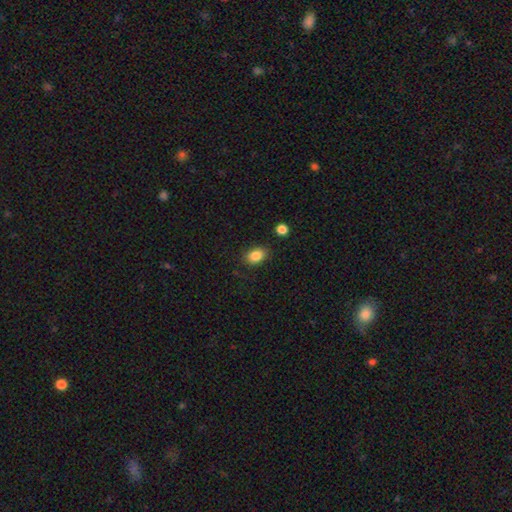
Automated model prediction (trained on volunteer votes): A smooth galaxy with no disk features (85%) that is in between round and cigar-shaped (76%).

Vote fractions:
- Smooth or featured? smooth: 85% / star or artifact: 9% / featured or disk: 6%
- How rounded? in between: 76% / round: 23% / cigar-shaped: 1%
- Merging? none: 84% / minor disturbance: 11% / major disturbance: 3% / merger: 2%